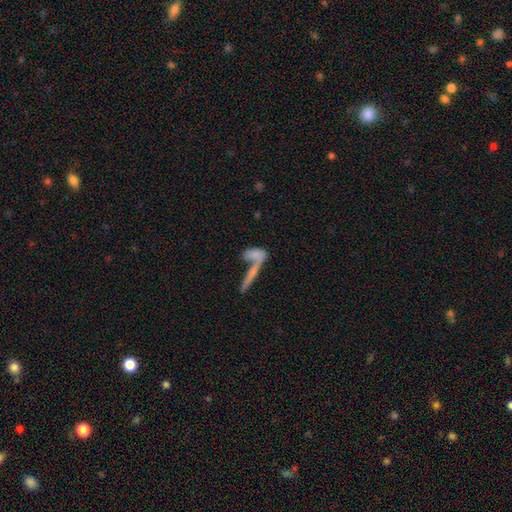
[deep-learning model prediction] smooth 64%, featured or disk 26%, star or artifact 10%. Down the decision tree: how rounded — cigar-shaped (52%); merging — merger (52%).